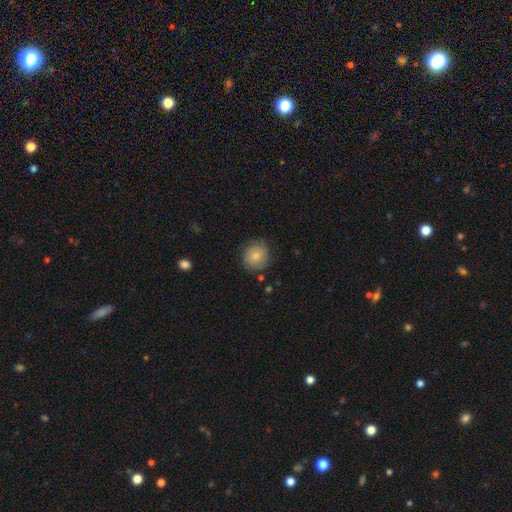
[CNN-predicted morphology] Overall: smooth (75%). How rounded: round (85%). Merging: none (75%).